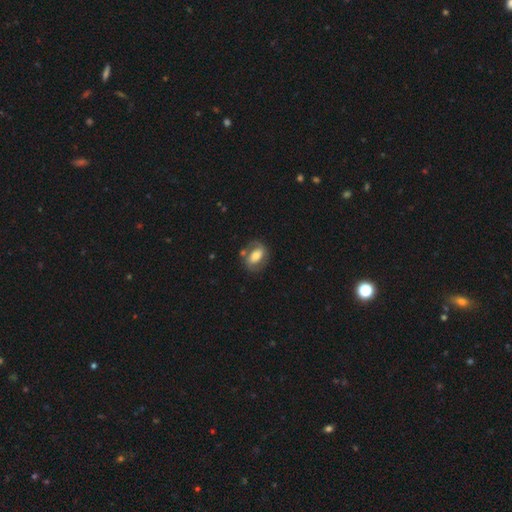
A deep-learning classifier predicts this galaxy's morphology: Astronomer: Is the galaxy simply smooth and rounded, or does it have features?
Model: featured or disk — 53% (runner-up: smooth, 40%).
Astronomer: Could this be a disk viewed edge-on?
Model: no — 95%.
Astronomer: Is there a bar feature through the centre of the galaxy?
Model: no — 38% (runner-up: weak, 33%).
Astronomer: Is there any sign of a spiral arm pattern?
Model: yes — 62% (runner-up: no, 38%).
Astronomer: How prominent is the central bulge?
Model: moderate — 51% (runner-up: large, 27%).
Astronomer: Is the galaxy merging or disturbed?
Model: none — 66%.